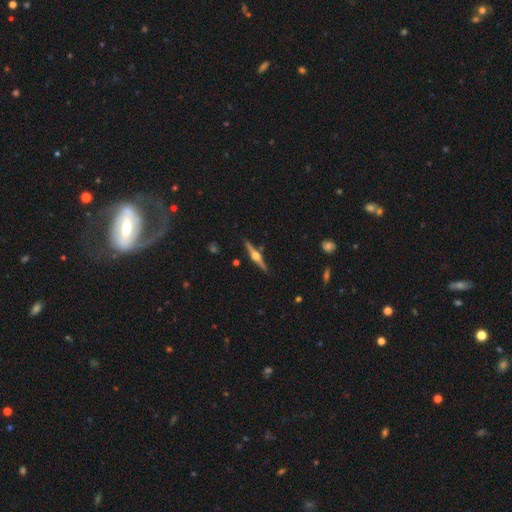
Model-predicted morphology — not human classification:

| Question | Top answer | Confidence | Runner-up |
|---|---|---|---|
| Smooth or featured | featured or disk | 81% | smooth (13%) |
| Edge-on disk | yes | 98% | no (2%) |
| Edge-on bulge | rounded | 95% | boxy (3%) |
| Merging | none | 89% | minor disturbance (7%) |